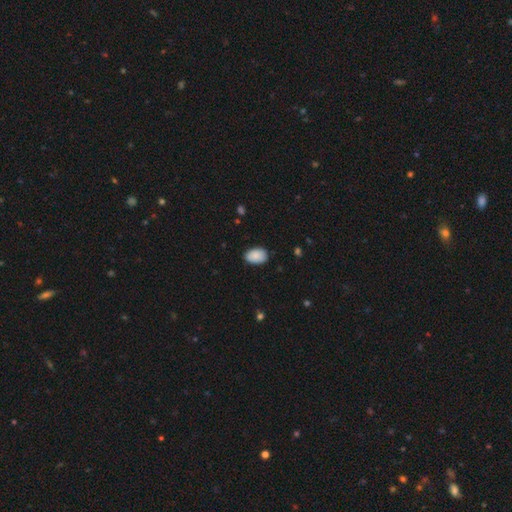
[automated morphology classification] A smooth galaxy with no disk features (88%) that is in between round and cigar-shaped (89%). Merging: none (83%).